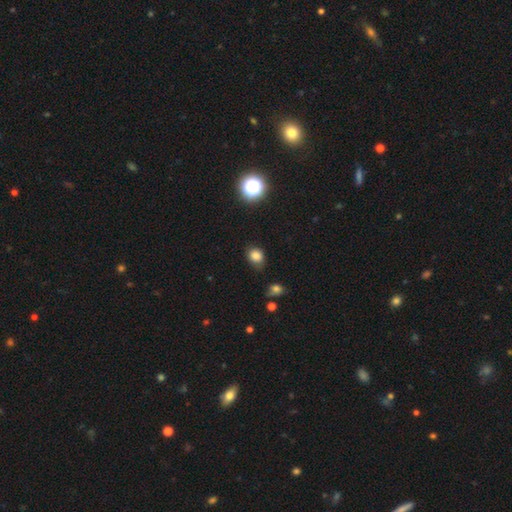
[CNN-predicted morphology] This appears to be a smooth galaxy with no disk features (81%) that is round (58%). Merging: none (74%).